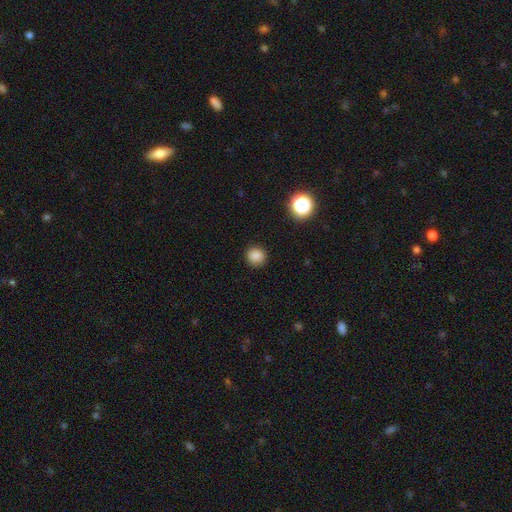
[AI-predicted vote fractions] The model was most divided on "smooth or featured": smooth: 84%, star or artifact: 12%, featured or disk: 4%. More confident: how rounded — round (91%); merging — none (89%).